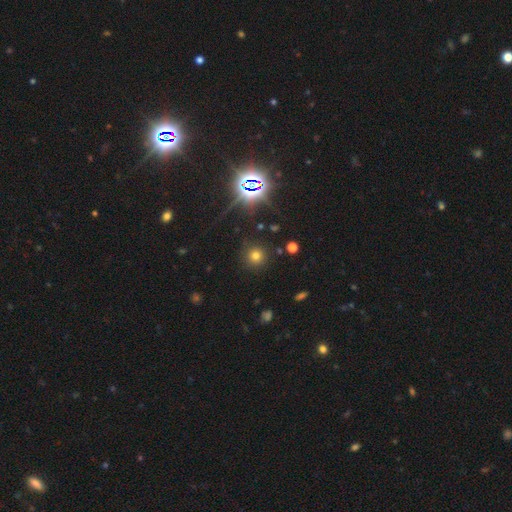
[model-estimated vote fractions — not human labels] The model was most divided on "smooth or featured": smooth: 64%, star or artifact: 27%, featured or disk: 8%. More confident: how rounded — round (94%); merging — none (88%).